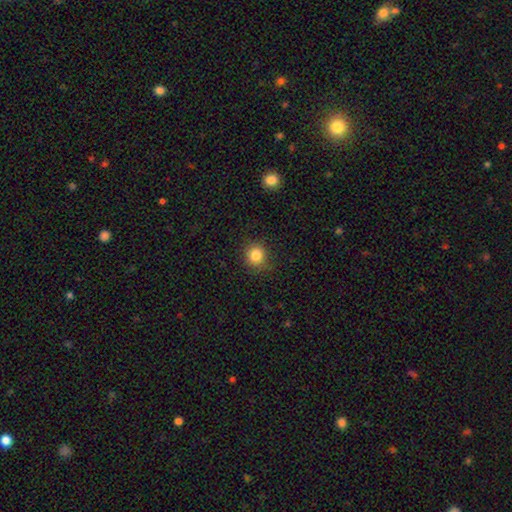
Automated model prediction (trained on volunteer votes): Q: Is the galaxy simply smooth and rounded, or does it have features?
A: smooth — 83%.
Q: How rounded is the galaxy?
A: round — 88%.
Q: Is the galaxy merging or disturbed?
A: none — 88%.